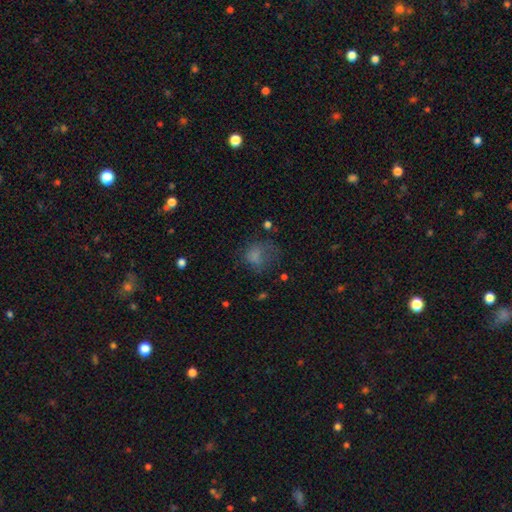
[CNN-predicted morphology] The model was most divided on "merging": none: 38%, major disturbance: 35%, minor disturbance: 23%, merger: 4%. More confident: smooth or featured — smooth (68%); how rounded — round (58%).